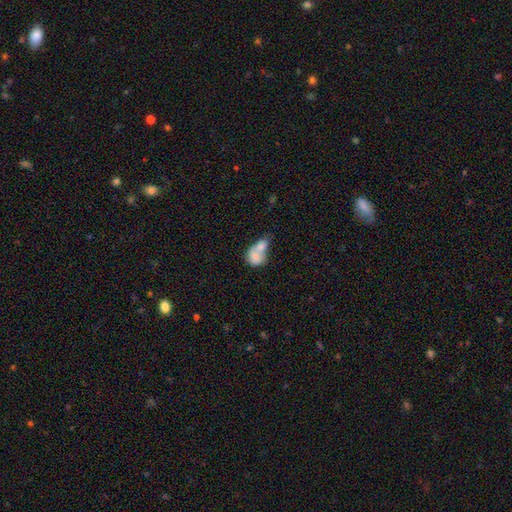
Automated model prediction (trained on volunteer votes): The model was most divided on "how rounded": in between: 61%, round: 37%, cigar-shaped: 2%. More confident: merging — merger (75%); smooth or featured — smooth (70%).